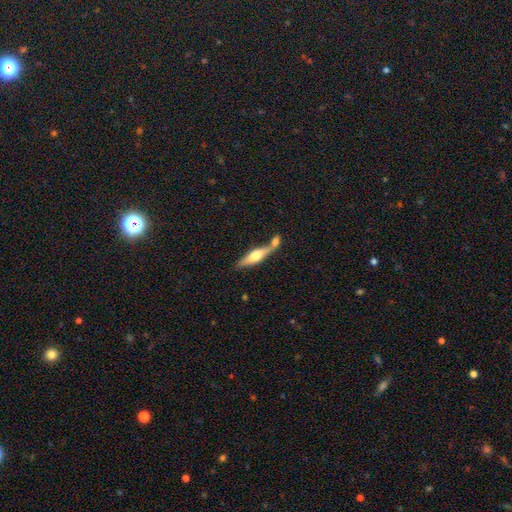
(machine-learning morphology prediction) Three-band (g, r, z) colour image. It shows a featured or disk galaxy (53%) viewed edge-on (90%). Merging: none (48%).